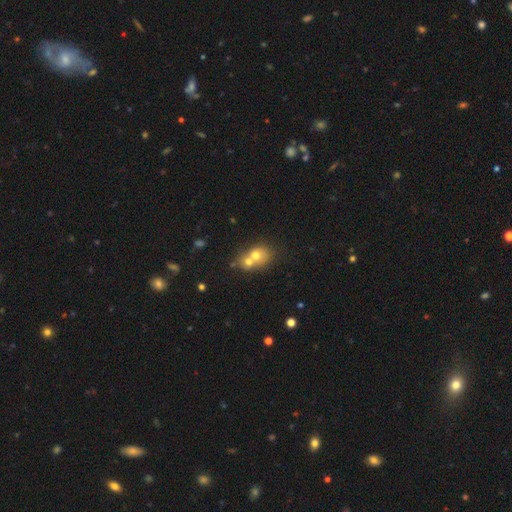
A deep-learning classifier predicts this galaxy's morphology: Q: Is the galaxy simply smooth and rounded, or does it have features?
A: smooth — 65%.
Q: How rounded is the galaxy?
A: round — 61%.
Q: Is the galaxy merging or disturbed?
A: merger — 66%.